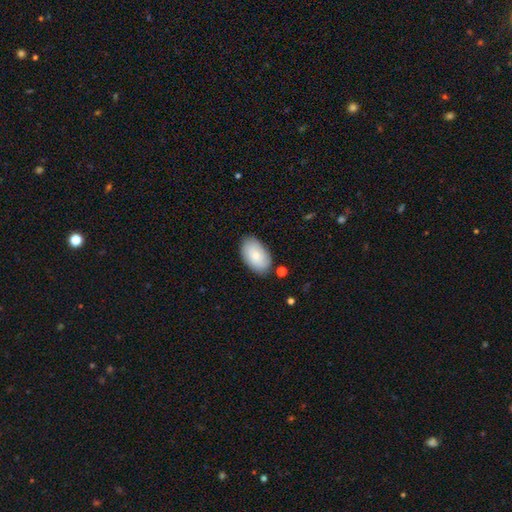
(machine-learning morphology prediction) This is likely a smooth galaxy (72%). How rounded: clearly in between (94%). Merging: clearly none (81%).